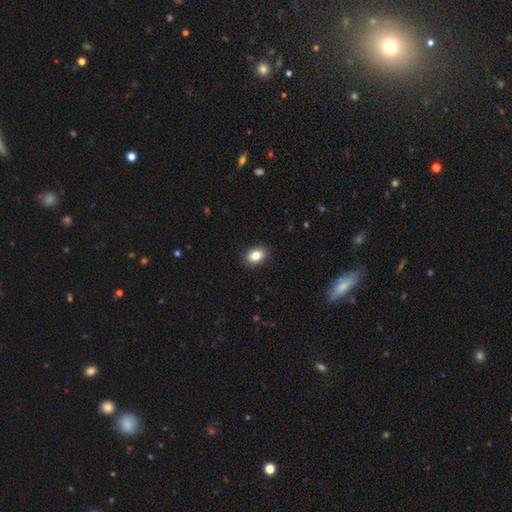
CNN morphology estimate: The model was most divided on "how rounded": in between: 70%, round: 29%, cigar-shaped: 1%. More confident: merging — none (90%); smooth or featured — smooth (85%).